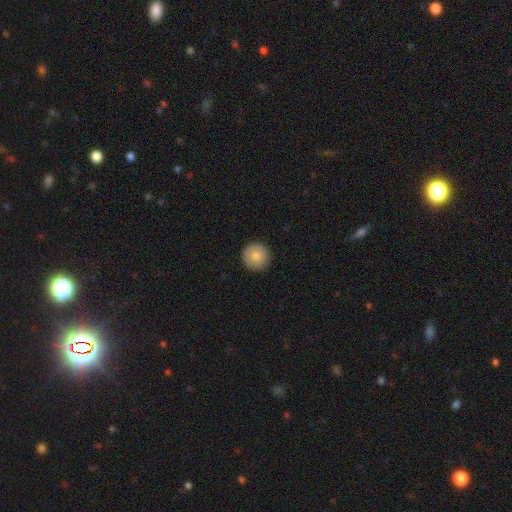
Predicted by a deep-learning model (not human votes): smooth_or_featured: smooth (p=0.81) [alt: featured or disk p=0.12]
how_rounded: round (p=0.96) [alt: in between p=0.03]
merging: none (p=0.91) [alt: minor disturbance p=0.07]